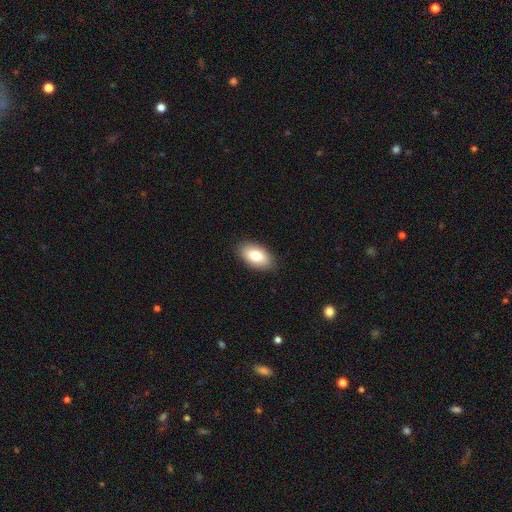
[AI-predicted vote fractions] Q: Smooth or featured?
A: smooth (80%); runner-up: featured or disk (13%)
Q: How rounded?
A: in between (94%); runner-up: round (4%)
Q: Merging?
A: none (88%); runner-up: minor disturbance (9%)